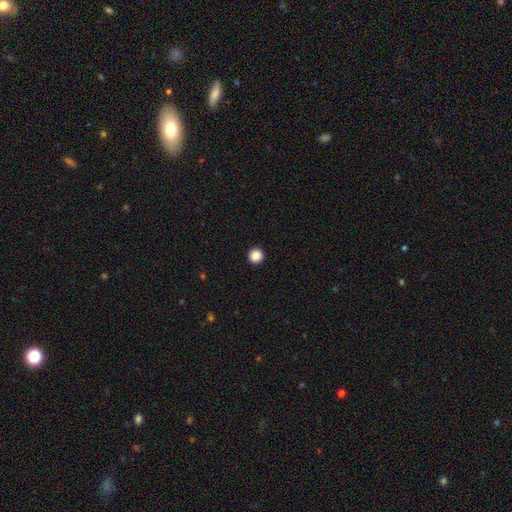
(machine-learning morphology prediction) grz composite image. It shows a smooth galaxy with no disk features (88%) that is round (97%). Merging: none (94%).